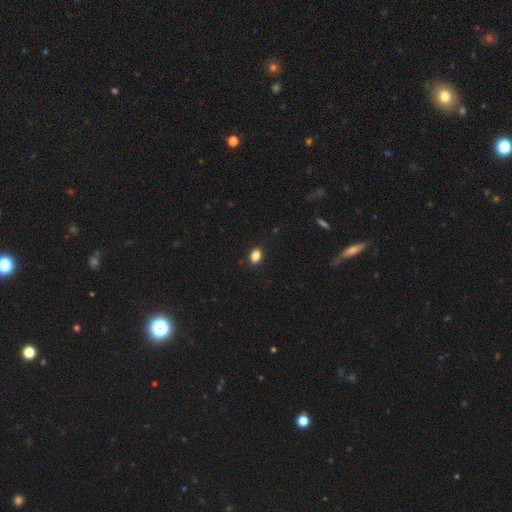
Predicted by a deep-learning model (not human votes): Morphology: type=smooth (86%); roundness=in between (70%); merging=none (90%).